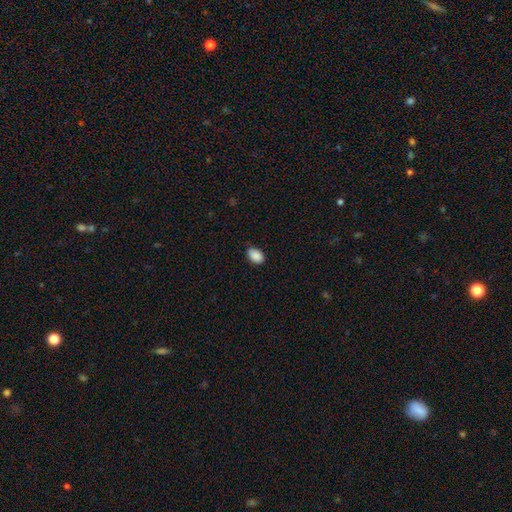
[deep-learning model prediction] A smooth galaxy with no disk features (89%) that is in between round and cigar-shaped (86%). Merging: none (78%).